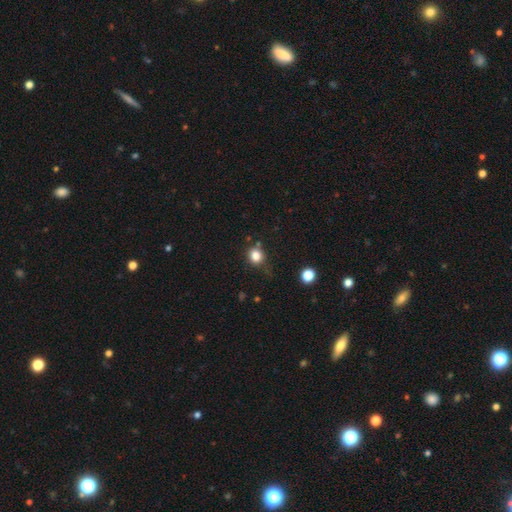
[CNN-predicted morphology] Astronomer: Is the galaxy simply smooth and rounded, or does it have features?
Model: smooth — 82%.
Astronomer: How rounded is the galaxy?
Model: round — 77%.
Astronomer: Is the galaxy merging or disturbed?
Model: none — 69%.